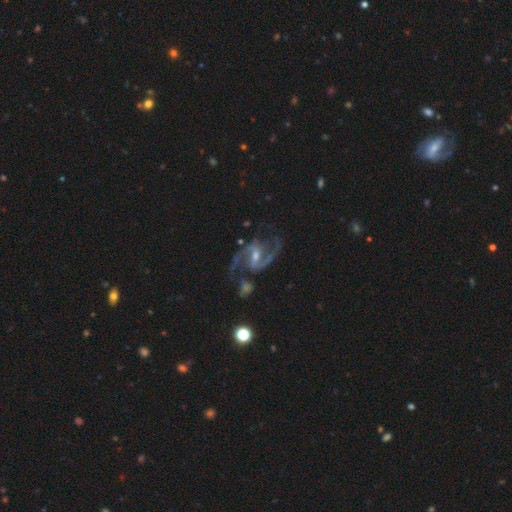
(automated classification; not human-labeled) The model was most divided on "bulge size": moderate: 50%, small: 43%, large: 3%, none: 3%, dominant: 1%. Remaining: spiral arms — yes (98%); edge-on disk — no (98%); spiral arm count — 2 (94%); smooth or featured — featured or disk (92%); merging — none (71%); spiral winding — medium (56%); bar — weak (49%).